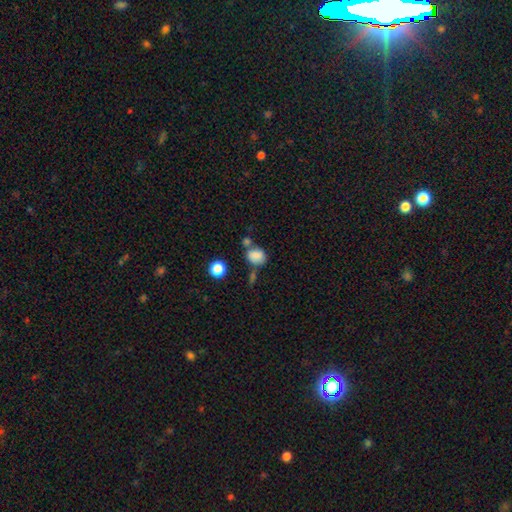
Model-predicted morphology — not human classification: Smooth or featured? Predicted: smooth (p=0.83). How rounded? Predicted: in between (p=0.49, tied with round). Merging? Predicted: none (p=0.52).